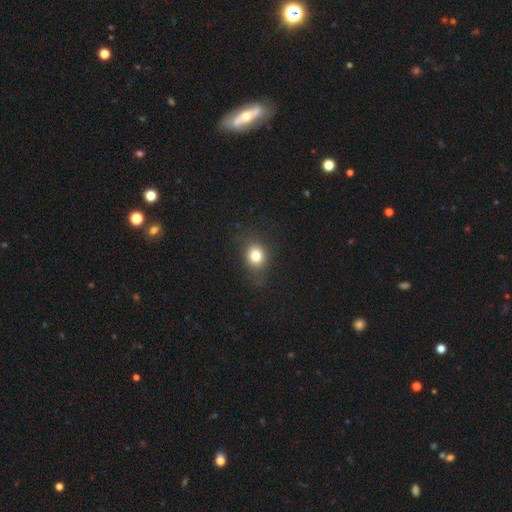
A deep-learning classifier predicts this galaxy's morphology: Smooth or featured? Predicted: smooth (p=0.79). How rounded? Predicted: round (p=0.65). Merging? Predicted: none (p=0.79).